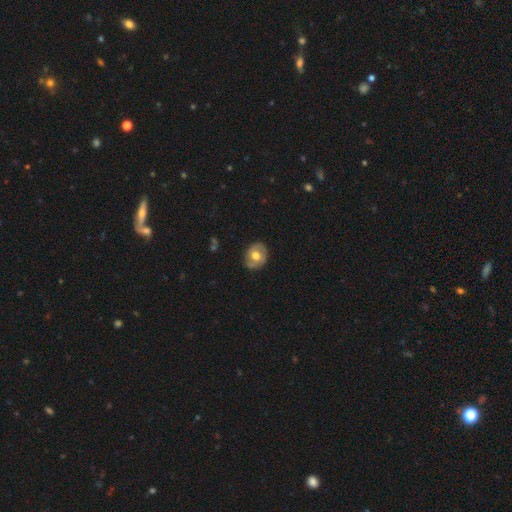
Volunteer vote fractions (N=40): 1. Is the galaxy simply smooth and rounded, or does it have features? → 48% smooth, 45% featured or disk, 8% star or artifact.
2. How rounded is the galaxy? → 53% round, 47% in between, 0% cigar-shaped.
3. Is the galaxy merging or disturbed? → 81% none, 11% minor disturbance, 5% major disturbance, 3% merger.